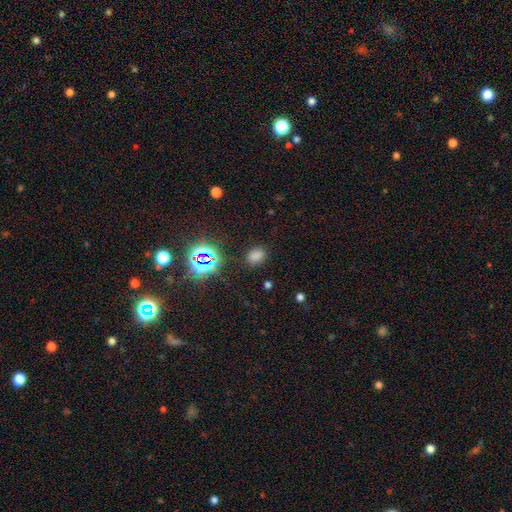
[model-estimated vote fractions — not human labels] Overall: smooth (67%). How rounded: in between (69%). Merging: none (82%).